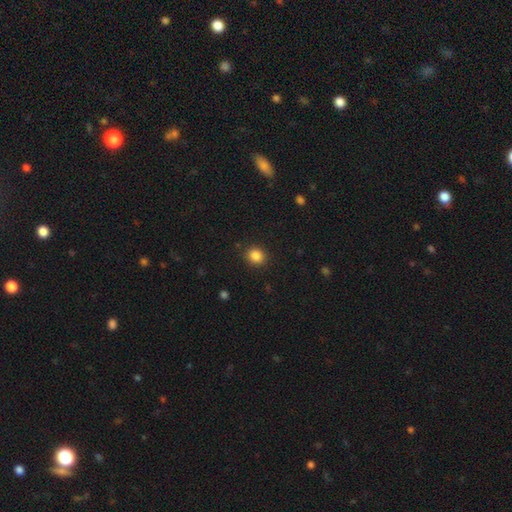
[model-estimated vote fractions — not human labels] A smooth galaxy with no disk features (85%) that is round (76%).

Vote fractions:
- Smooth or featured? smooth: 85% / star or artifact: 11% / featured or disk: 4%
- How rounded? round: 76% / in between: 23% / cigar-shaped: 1%
- Merging? none: 89% / minor disturbance: 7% / major disturbance: 2% / merger: 1%